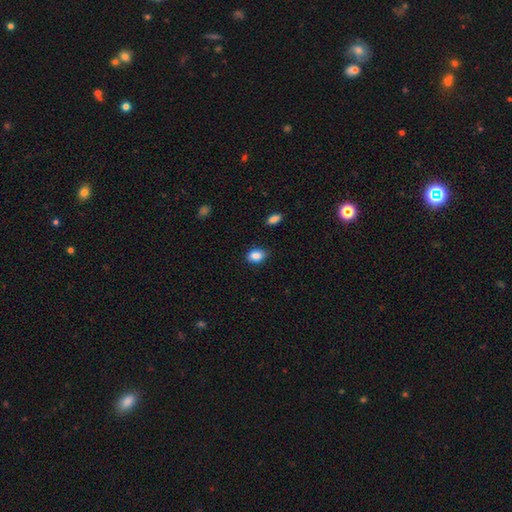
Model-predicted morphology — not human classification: type=smooth (87%); roundness=in between (78%); merging=none (77%).